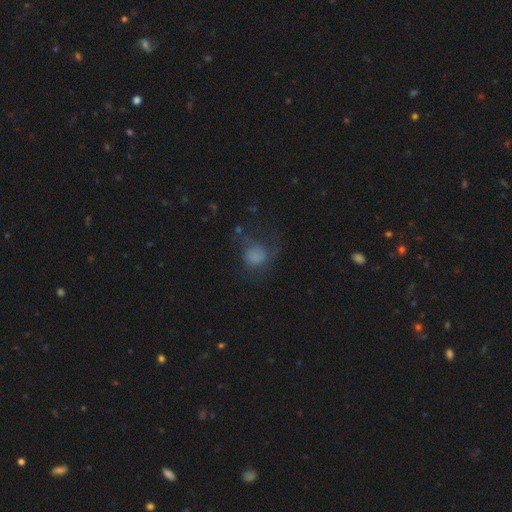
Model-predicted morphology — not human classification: Q: Smooth or featured?
A: smooth (61%); runner-up: featured or disk (26%)
Q: How rounded?
A: round (69%); runner-up: in between (30%)
Q: Merging?
A: none (40%); runner-up: major disturbance (35%)